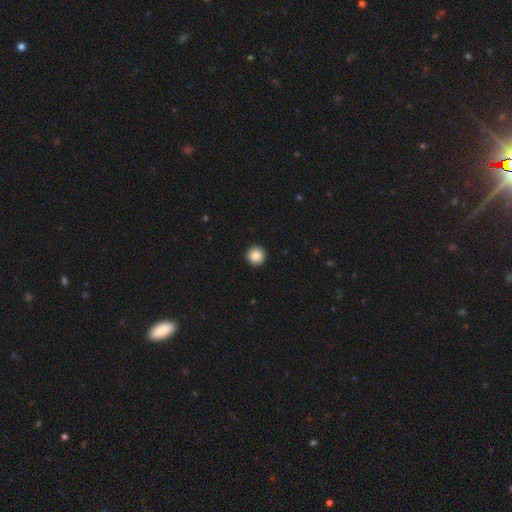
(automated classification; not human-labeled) This is clearly a smooth galaxy (88%). How rounded: clearly round (96%). Merging: clearly none (93%).